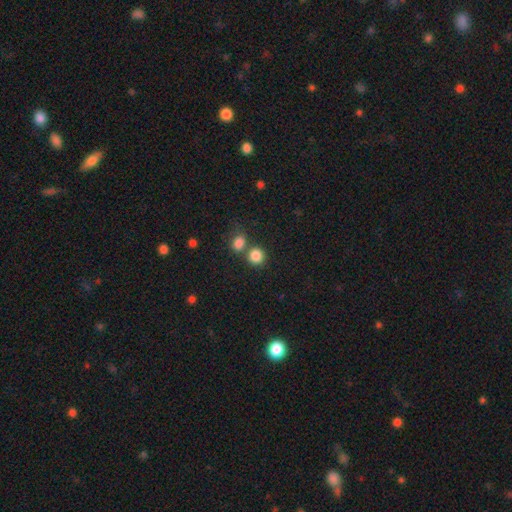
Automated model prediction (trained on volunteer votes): Smooth or featured? smooth (85%)
How rounded? round (85%)
Merging? none (60%)